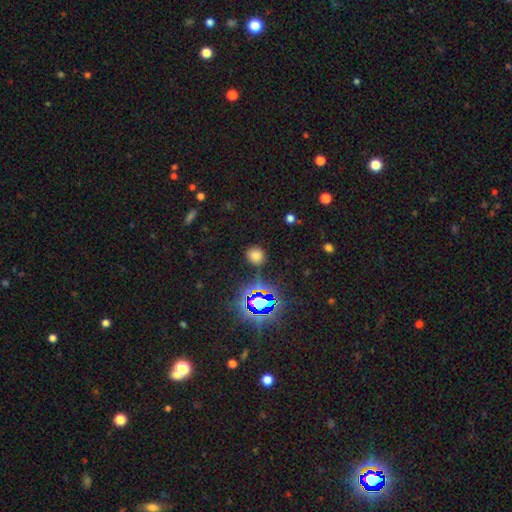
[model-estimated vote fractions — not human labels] A smooth galaxy with no disk features (67%) that is round (88%). Merging: none (85%).